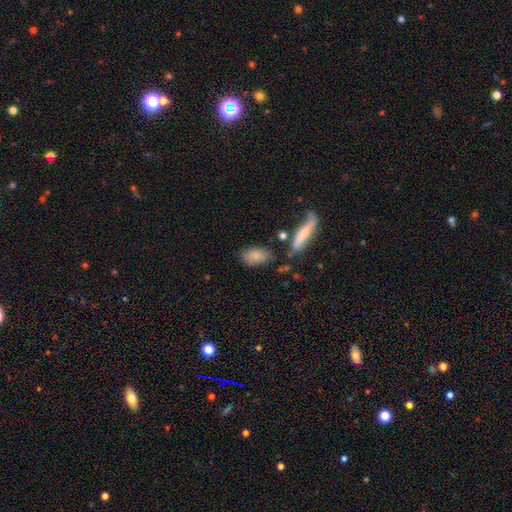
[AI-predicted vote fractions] This appears to be a smooth galaxy with no disk features (82%) that is in between round and cigar-shaped (87%). Merging: none (67%).